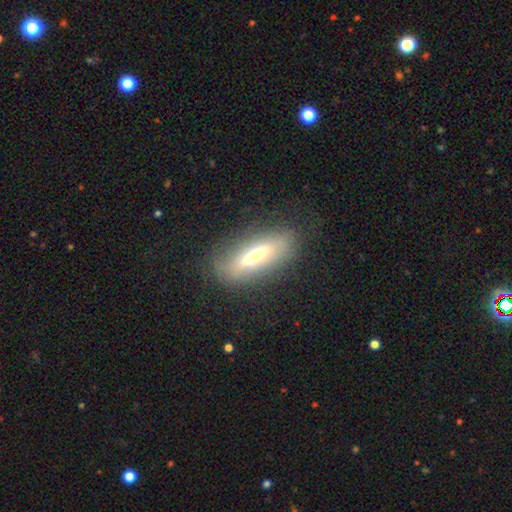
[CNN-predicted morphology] Smooth or featured?
  - featured or disk: 46% *
  - smooth: 45%
  - star or artifact: 9%
Merging?
  - none: 80% *
  - minor disturbance: 13%
  - major disturbance: 6%
  - merger: 1%